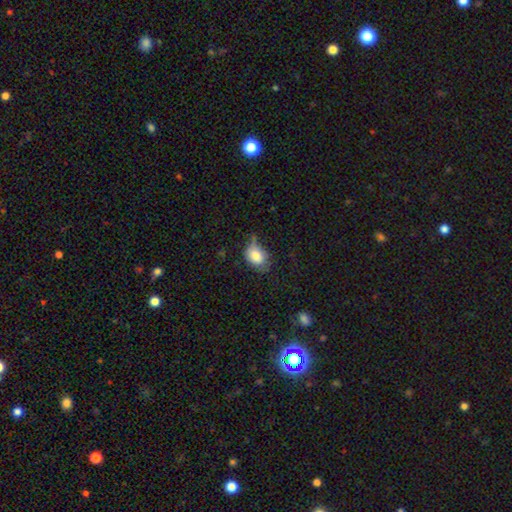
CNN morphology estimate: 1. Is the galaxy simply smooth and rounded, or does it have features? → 80% smooth, 11% featured or disk, 9% star or artifact.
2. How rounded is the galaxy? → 71% in between, 28% round, 1% cigar-shaped.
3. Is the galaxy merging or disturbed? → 42% none, 39% minor disturbance, 15% major disturbance, 5% merger.